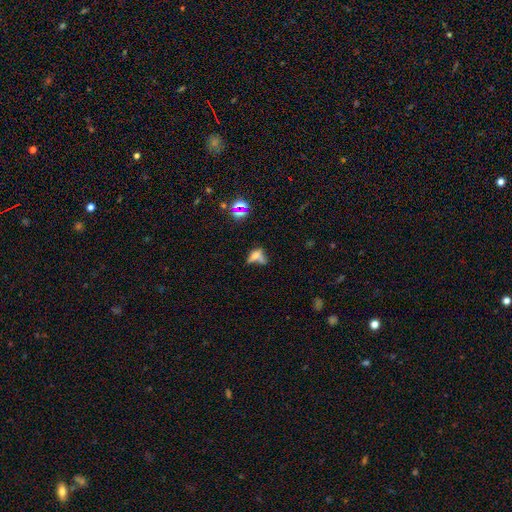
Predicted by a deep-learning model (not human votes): smooth-or-featured: smooth: 47% | featured or disk: 32% | star or artifact: 21%
  merging: merger: 30% | none: 27% | major disturbance: 26% | minor disturbance: 17%